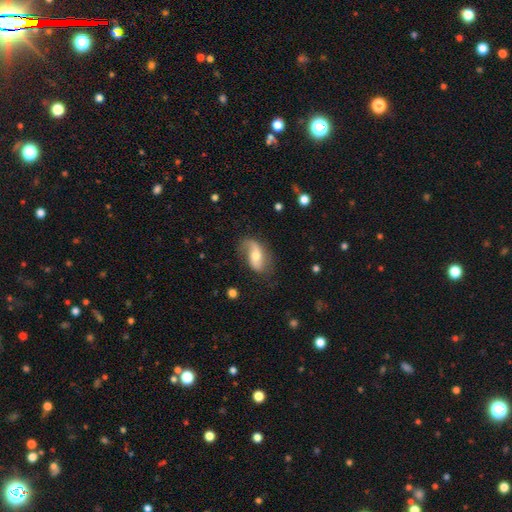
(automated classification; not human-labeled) Morphology: type=featured or disk (68%); edge-on=no (94%); bar=no (49%); spiral arms=yes (90%); winding=loose (70%); arm count=2 (70%); bulge=moderate (59%); merging=none (59%).